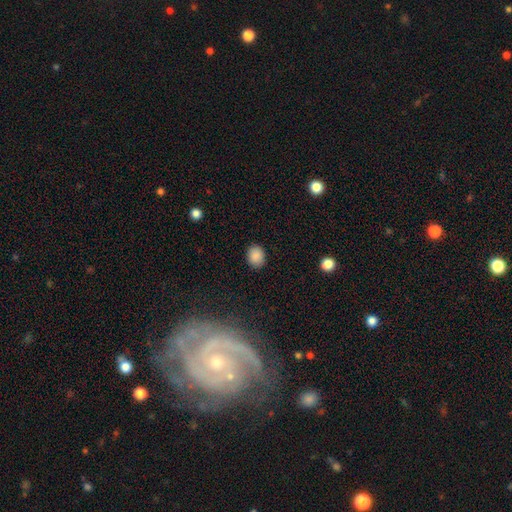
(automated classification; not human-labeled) This appears to be a smooth galaxy with no disk features (88%) that is round (53%). Merging: none (87%).